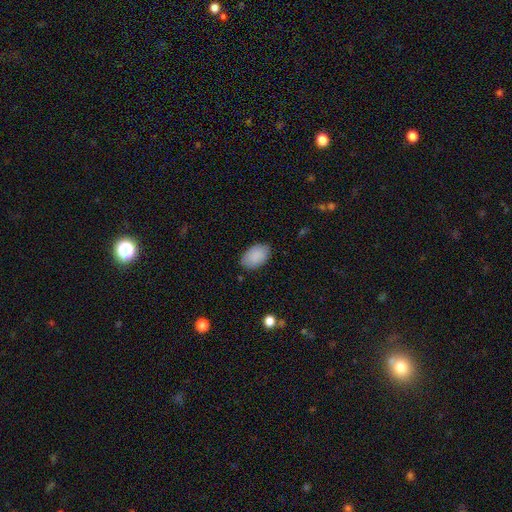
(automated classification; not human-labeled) smooth 89%, star or artifact 6%, featured or disk 5%. Down the decision tree: how rounded — in between (93%); merging — none (83%).